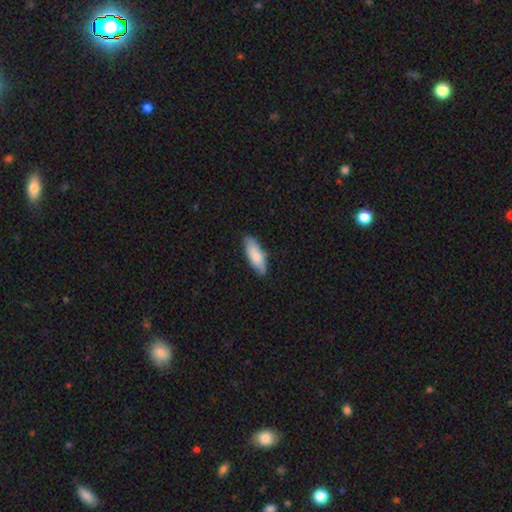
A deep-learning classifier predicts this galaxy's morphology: Overall: smooth (83%). How rounded: in between (64%; cigar-shaped 34%). Merging: none (83%).